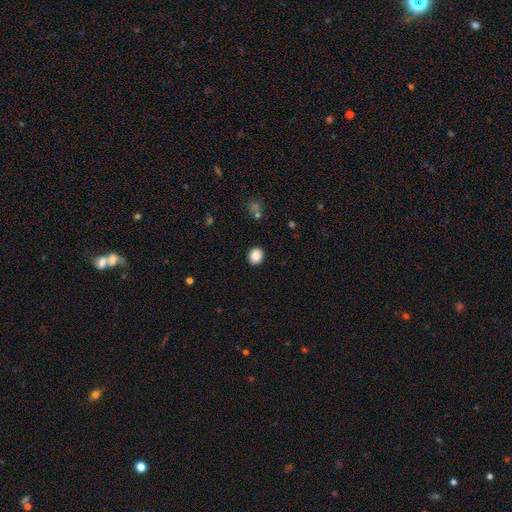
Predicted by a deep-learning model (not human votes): The model was most divided on "how rounded": round: 66%, in between: 33%, cigar-shaped: 1%. More confident: merging — none (91%); smooth or featured — smooth (88%).